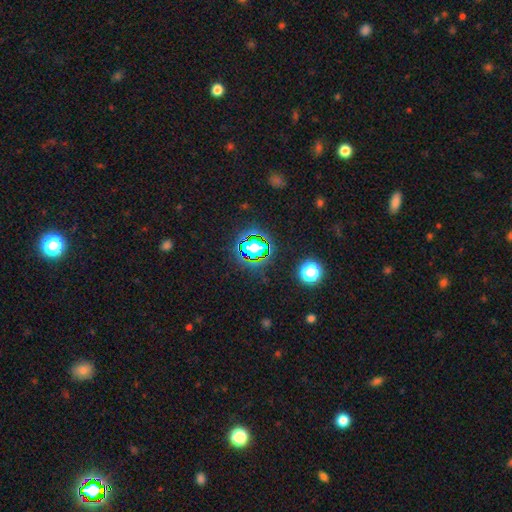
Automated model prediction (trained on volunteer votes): The model was most divided on "smooth or featured": star or artifact: 78%, smooth: 15%, featured or disk: 7%.